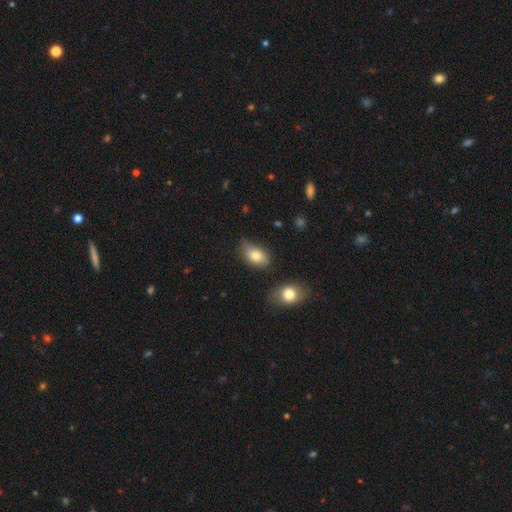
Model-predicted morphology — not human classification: smooth_or_featured: smooth (p=0.79) [alt: featured or disk p=0.13]
how_rounded: in between (p=0.89) [alt: round p=0.08]
merging: none (p=0.67) [alt: minor disturbance p=0.24]